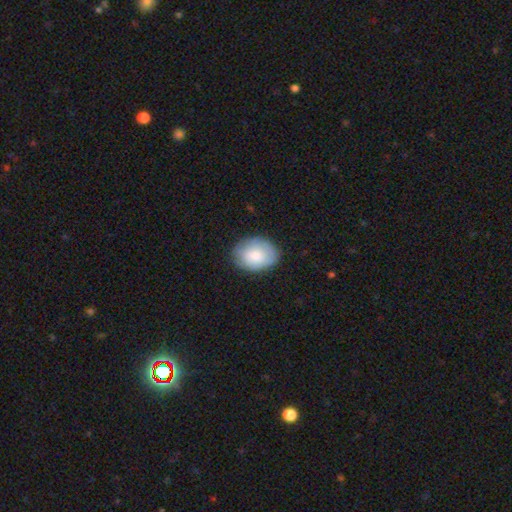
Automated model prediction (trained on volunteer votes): This appears to be a smooth galaxy with no disk features (76%) that is in between round and cigar-shaped (69%). Merging: none (77%).